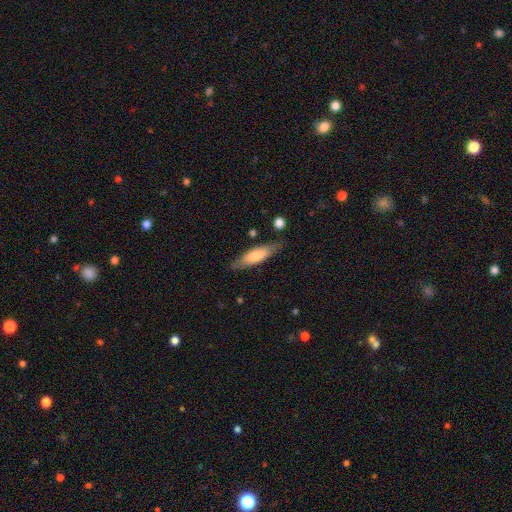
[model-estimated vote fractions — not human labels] A smooth galaxy with no disk features (67%) that is cigar-shaped (60%).

Vote fractions:
- Smooth or featured? smooth: 67% / featured or disk: 27% / star or artifact: 6%
- How rounded? cigar-shaped: 60% / in between: 39% / round: 2%
- Merging? none: 78% / minor disturbance: 16% / major disturbance: 4% / merger: 3%